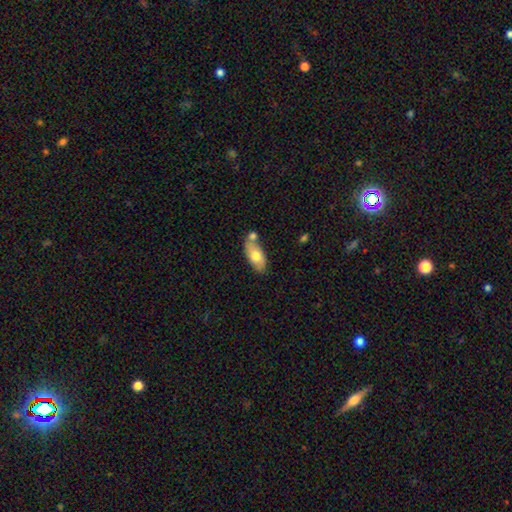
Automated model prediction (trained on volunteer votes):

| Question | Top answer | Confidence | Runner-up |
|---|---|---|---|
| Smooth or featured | smooth | 69% | featured or disk (25%) |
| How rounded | in between | 90% | cigar-shaped (7%) |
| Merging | none | 56% | merger (25%) |